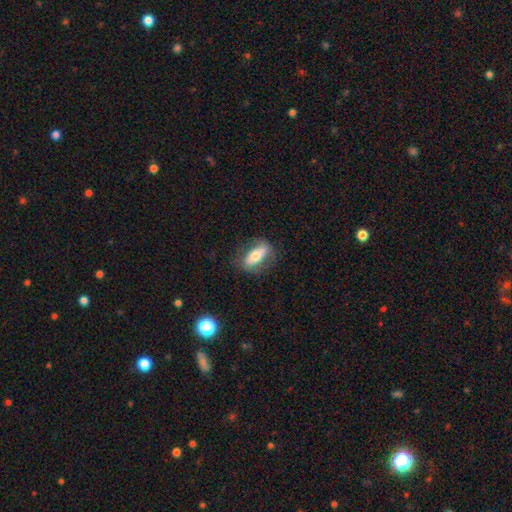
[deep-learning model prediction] Smooth or featured?
  - smooth: 58% *
  - featured or disk: 36%
  - star or artifact: 6%
How rounded?
  - in between: 79% *
  - cigar-shaped: 17%
  - round: 5%
Merging?
  - none: 75% *
  - minor disturbance: 17%
  - major disturbance: 7%
  - merger: 1%